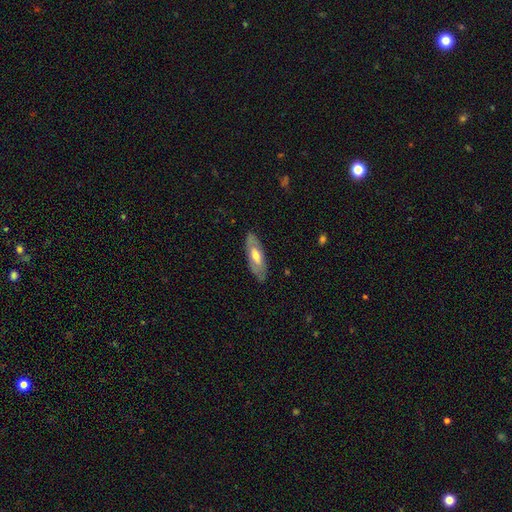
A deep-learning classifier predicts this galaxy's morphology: This appears to be a featured or disk galaxy (51%). Merging: none (83%).